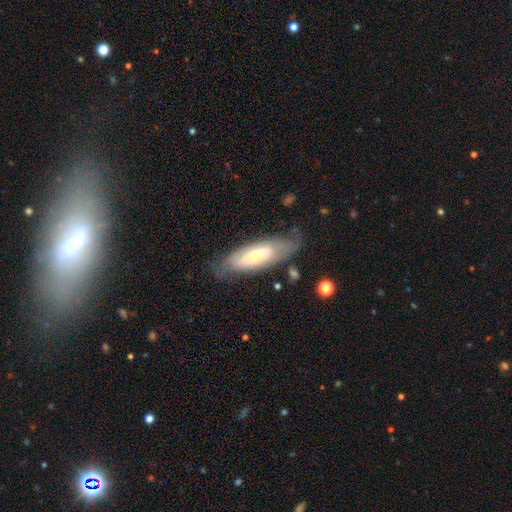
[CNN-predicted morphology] The model was most divided on "smooth or featured": featured or disk: 51%, smooth: 43%, star or artifact: 6%. More confident: edge-on disk — no (76%); merging — none (69%).